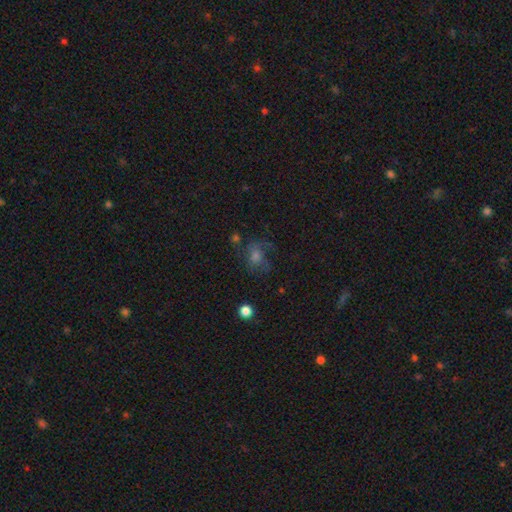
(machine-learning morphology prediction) Q: Smooth or featured?
A: featured or disk (39%); runner-up: smooth (38%)
Q: Merging?
A: none (51%); runner-up: major disturbance (24%)